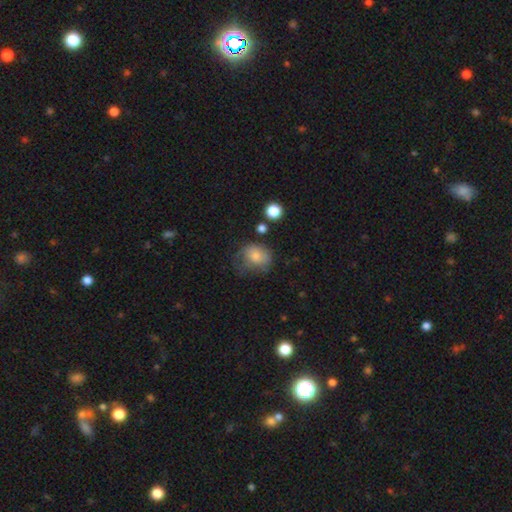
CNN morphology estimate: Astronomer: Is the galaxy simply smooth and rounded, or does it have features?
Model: smooth — 70%.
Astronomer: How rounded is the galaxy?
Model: round — 60% (runner-up: in between, 39%).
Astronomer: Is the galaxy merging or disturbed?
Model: none — 44% (runner-up: minor disturbance, 31%).